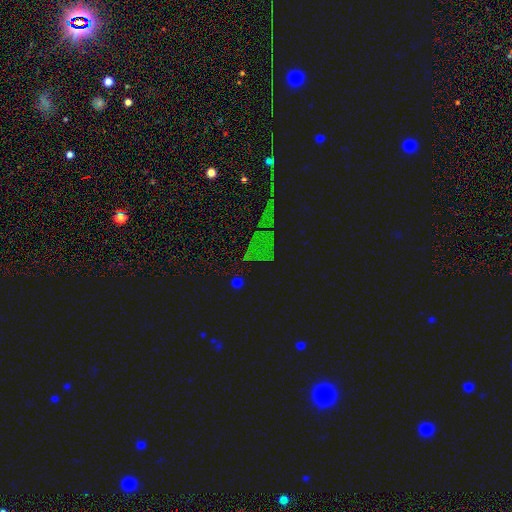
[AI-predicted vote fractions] Smooth or featured: star or artifact — 73% (smooth — 15%)